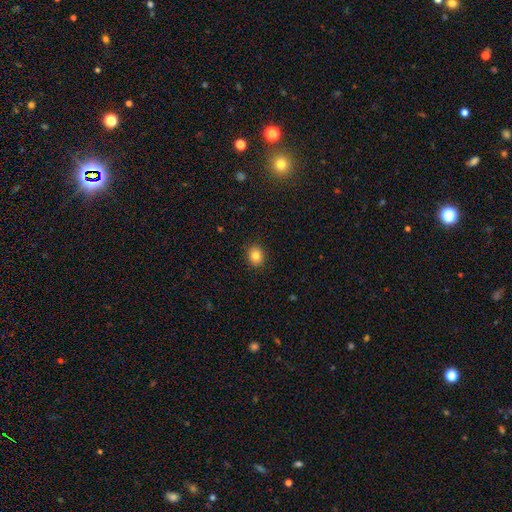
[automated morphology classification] Smooth or featured? Predicted: smooth (p=0.82). How rounded? Predicted: round (p=0.64). Merging? Predicted: none (p=0.90).